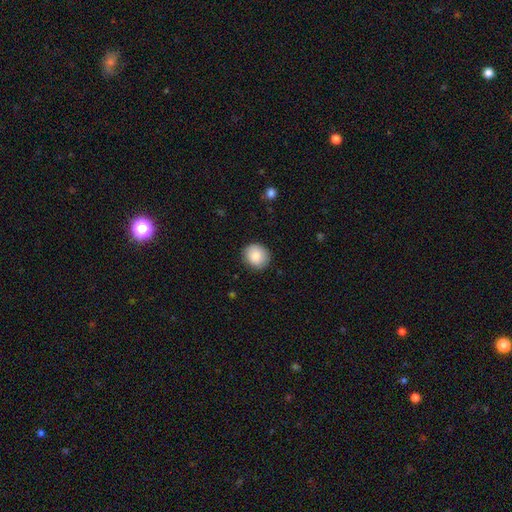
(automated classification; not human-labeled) smooth_or_featured: smooth (p=0.87) [alt: star or artifact p=0.08]
how_rounded: round (p=0.81) [alt: in between p=0.18]
merging: none (p=0.88) [alt: minor disturbance p=0.09]